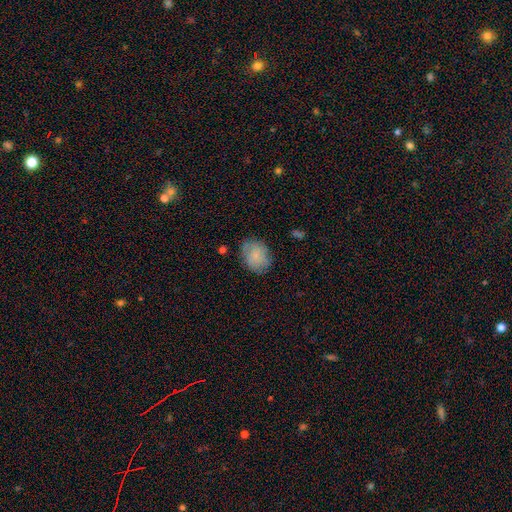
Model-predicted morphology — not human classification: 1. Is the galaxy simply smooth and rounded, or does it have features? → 77% smooth, 16% featured or disk, 8% star or artifact.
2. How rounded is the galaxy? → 55% in between, 44% round, 1% cigar-shaped.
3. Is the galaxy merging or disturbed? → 75% none, 18% minor disturbance, 5% major disturbance, 2% merger.